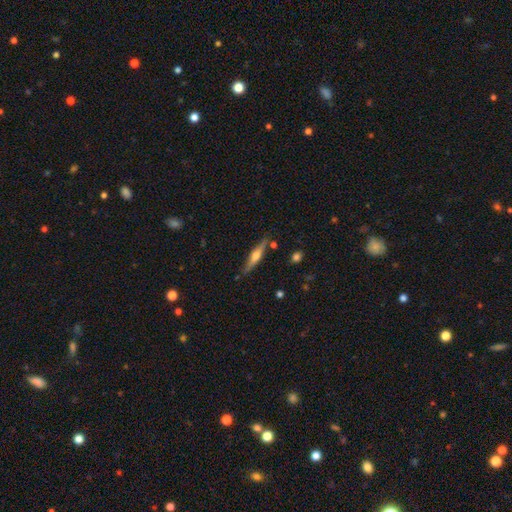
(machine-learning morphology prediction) Smooth or featured: featured or disk — 56% (smooth — 38%)
Edge-on disk: yes — 95% (no — 5%)
Edge-on bulge: rounded — 86% (none — 7%)
Merging: none — 82% (minor disturbance — 12%)